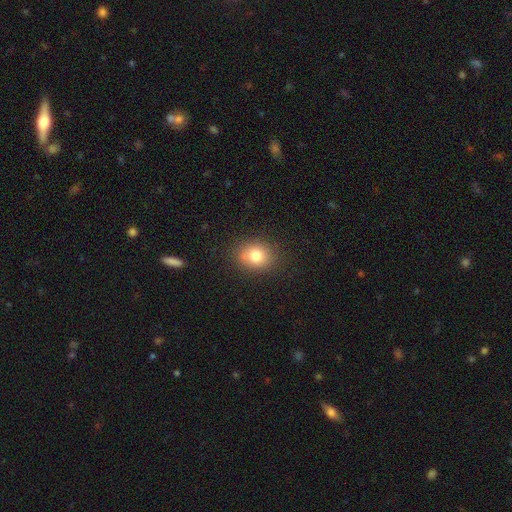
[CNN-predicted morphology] Overall: smooth (80%). How rounded: round (52%; in between 47%). Merging: none (85%).